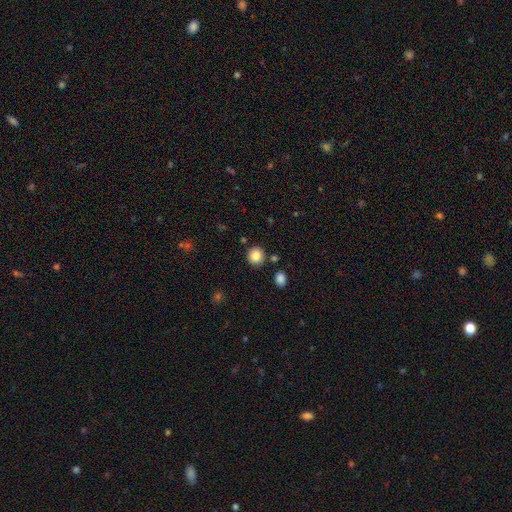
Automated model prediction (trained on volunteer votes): The model was most divided on "how rounded": round: 87%, in between: 12%, cigar-shaped: 1%. More confident: smooth or featured — smooth (85%); merging — none (85%).